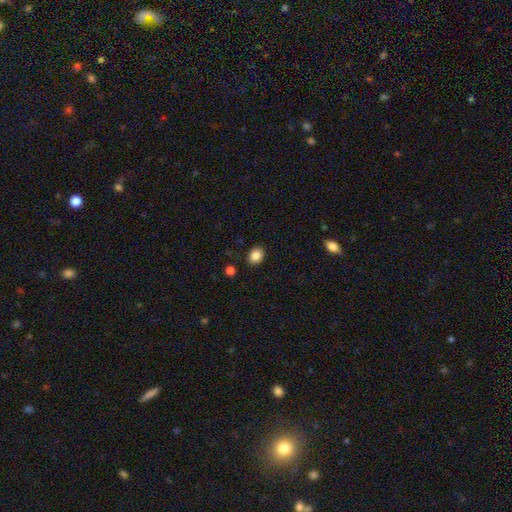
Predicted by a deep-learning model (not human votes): This is clearly a smooth galaxy (87%). How rounded: possibly in between (51%). Merging: clearly none (89%).